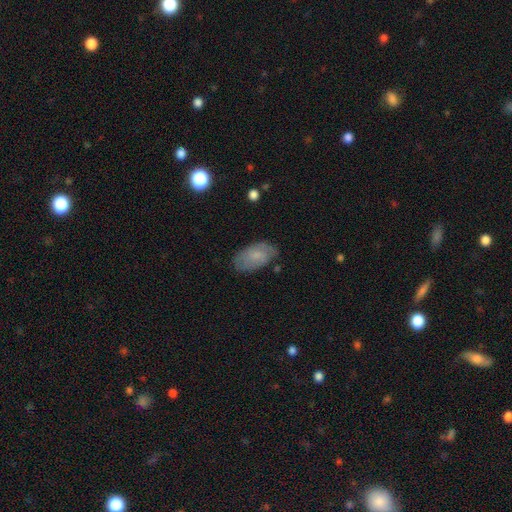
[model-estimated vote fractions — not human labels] Overall: smooth (65%; featured or disk 28%). How rounded: in between (93%). Merging: none (74%).